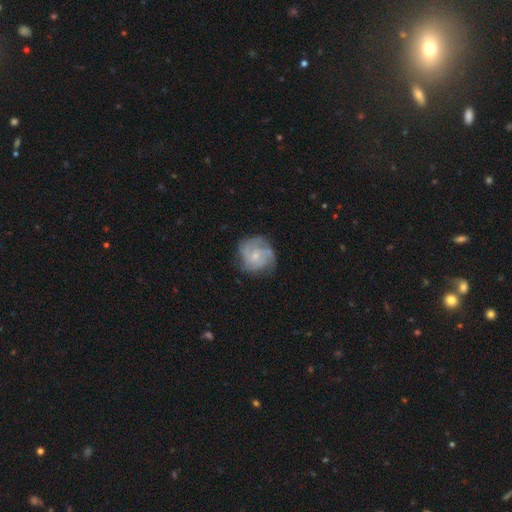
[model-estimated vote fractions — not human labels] Smooth or featured: featured or disk — 71% (smooth — 22%)
Edge-on disk: no — 98% (yes — 2%)
Bar: no — 74% (weak — 23%)
Spiral arms: yes — 91% (no — 9%)
Spiral winding: tight — 47% (medium — 40%)
Spiral arm count: 3 — 33% (can't tell — 27%)
Bulge size: small — 71% (moderate — 22%)
Merging: none — 68% (minor disturbance — 21%)